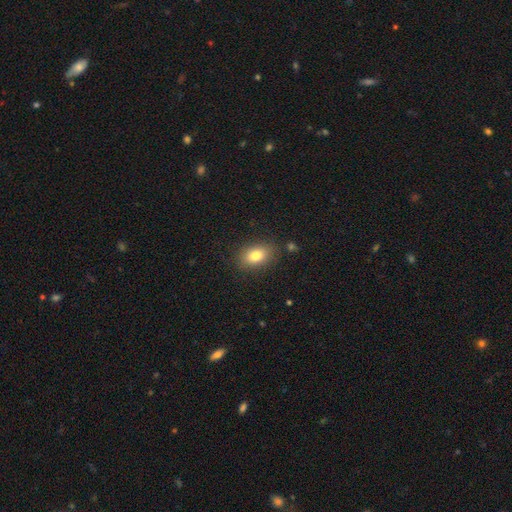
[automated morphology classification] Smooth or featured? Predicted: smooth (p=0.79). How rounded? Predicted: in between (p=0.81). Merging? Predicted: none (p=0.85).